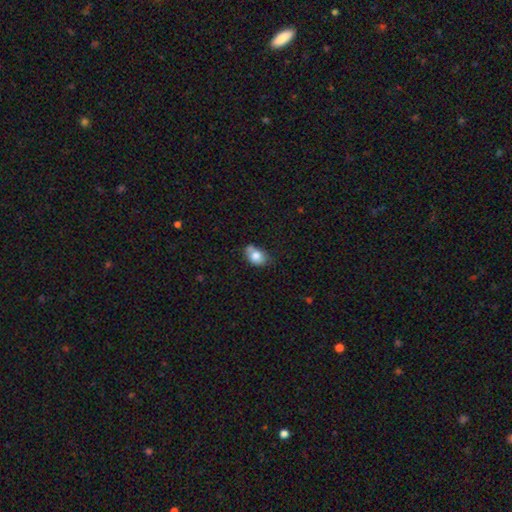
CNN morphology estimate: smooth-or-featured: smooth: 79% | featured or disk: 12% | star or artifact: 9%
  how-rounded: in between: 74% | round: 25% | cigar-shaped: 1%
  merging: none: 43% | minor disturbance: 36% | merger: 12% | major disturbance: 9%